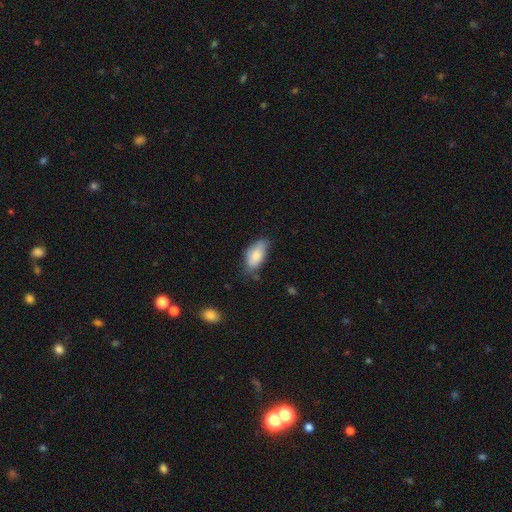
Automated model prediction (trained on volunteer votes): The model was most divided on "merging": none: 58%, minor disturbance: 33%, major disturbance: 7%, merger: 2%. More confident: how rounded — in between (92%); smooth or featured — smooth (81%).